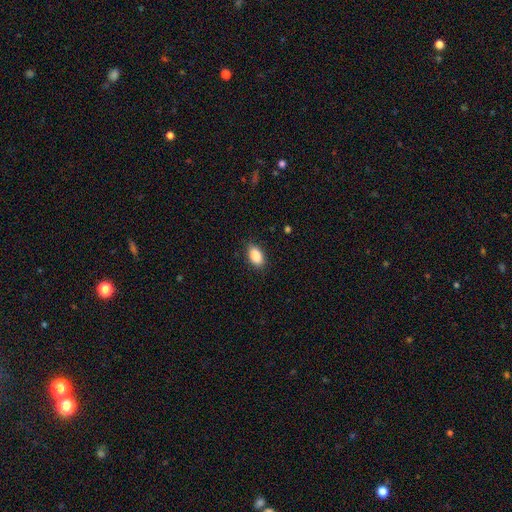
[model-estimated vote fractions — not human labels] This appears to be a smooth galaxy with no disk features (88%) that is in between round and cigar-shaped (92%). Merging: none (86%).